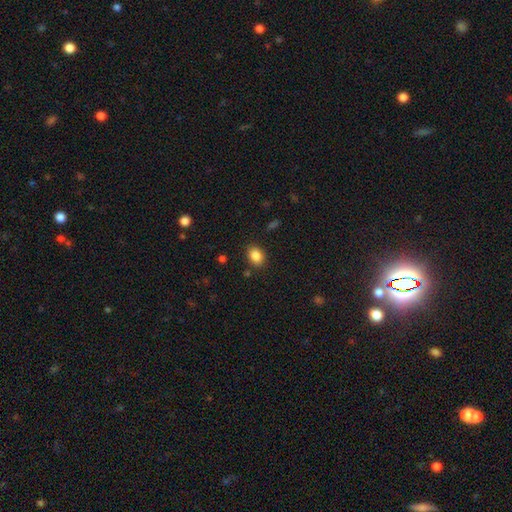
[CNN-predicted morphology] Smooth or featured? Predicted: smooth (p=0.86). How rounded? Predicted: in between (p=0.67). Merging? Predicted: none (p=0.85).